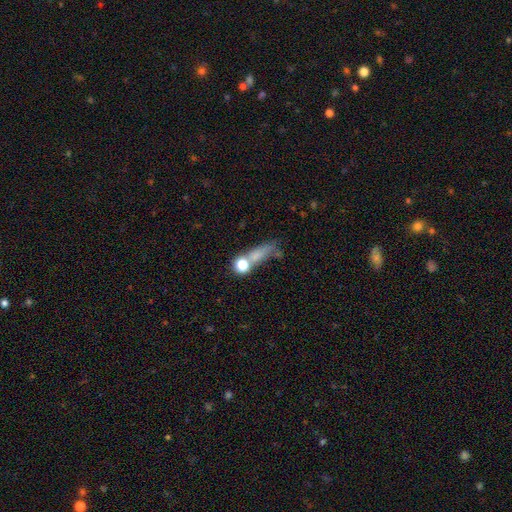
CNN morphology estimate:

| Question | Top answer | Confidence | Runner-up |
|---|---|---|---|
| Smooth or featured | smooth | 63% | featured or disk (19%) |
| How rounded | cigar-shaped | 42% | in between (31%) |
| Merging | none | 45% | merger (25%) |